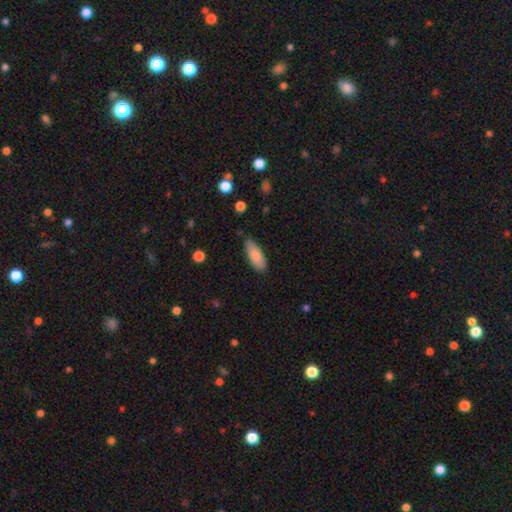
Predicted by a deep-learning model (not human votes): Smooth or featured? Predicted: smooth (p=0.83). How rounded? Predicted: in between (p=0.75). Merging? Predicted: none (p=0.80).